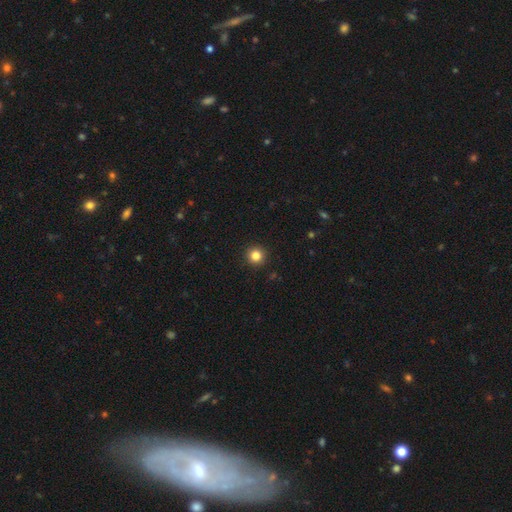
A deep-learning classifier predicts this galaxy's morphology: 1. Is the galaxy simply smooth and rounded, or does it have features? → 84% smooth, 12% star or artifact, 5% featured or disk.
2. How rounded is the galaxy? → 96% round, 3% in between, 1% cigar-shaped.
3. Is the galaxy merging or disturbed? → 93% none, 4% minor disturbance, 2% major disturbance, 1% merger.